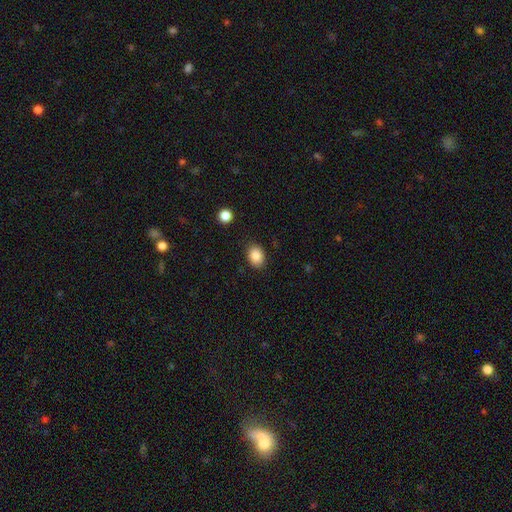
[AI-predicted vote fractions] Smooth or featured: smooth — 86% (star or artifact — 9%)
How rounded: in between — 64% (round — 35%)
Merging: none — 87% (minor disturbance — 9%)